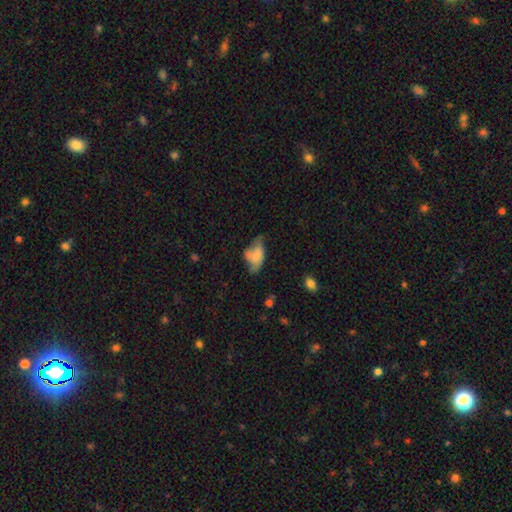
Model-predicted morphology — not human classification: Smooth or featured? smooth (61%)
How rounded? in between (89%)
Merging? minor disturbance (32%)